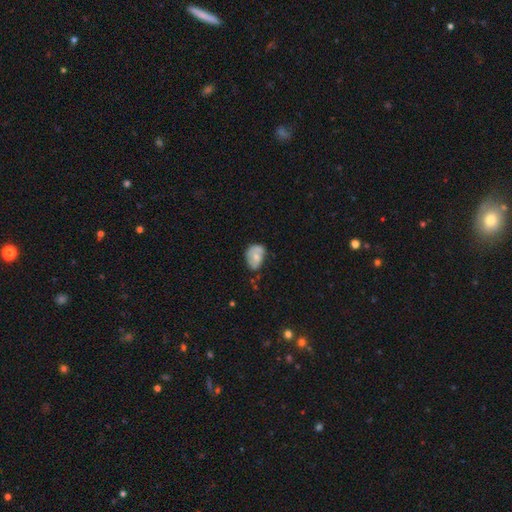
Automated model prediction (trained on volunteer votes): Smooth or featured? Predicted: smooth (p=0.59). How rounded? Predicted: in between (p=0.74). Merging? Predicted: none (p=0.40).